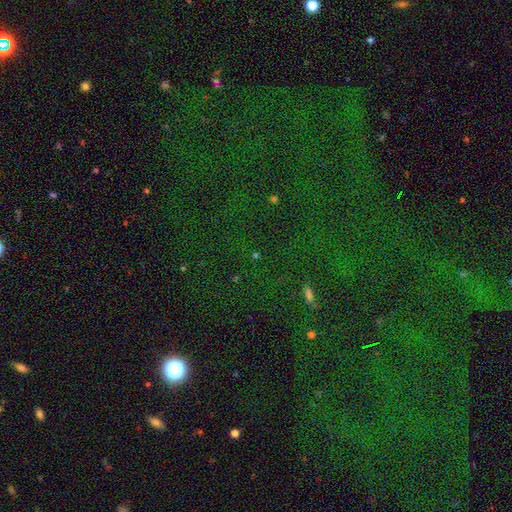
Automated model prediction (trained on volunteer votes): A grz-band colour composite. It shows a star or artifact, not a galaxy (69%).